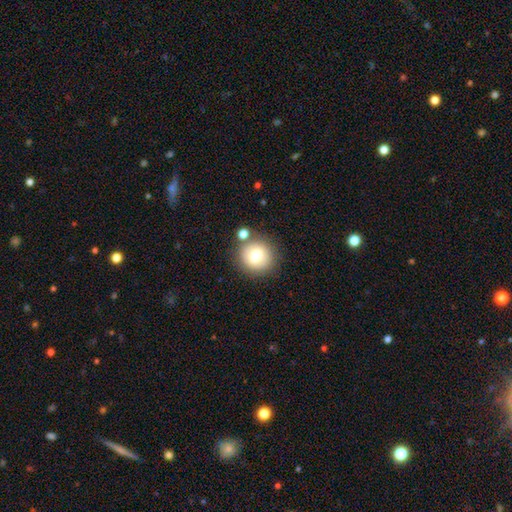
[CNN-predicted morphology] Overall: smooth (71%). How rounded: round (90%). Merging: none (78%).